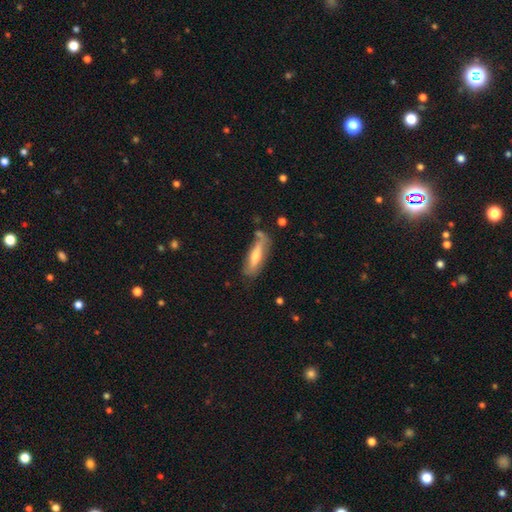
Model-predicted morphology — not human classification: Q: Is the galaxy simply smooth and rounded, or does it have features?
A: smooth — 51%.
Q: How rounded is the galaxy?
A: cigar-shaped — 61%.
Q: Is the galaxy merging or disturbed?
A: none — 62%.